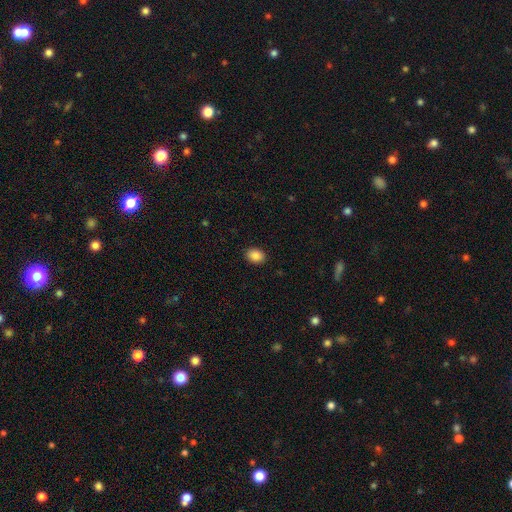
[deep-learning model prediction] The model was most divided on "how rounded": in between: 62%, round: 37%, cigar-shaped: 1%. More confident: merging — none (91%); smooth or featured — smooth (87%).